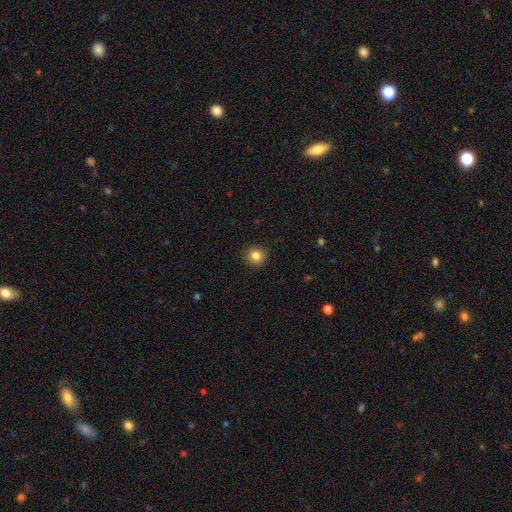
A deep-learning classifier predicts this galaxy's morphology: smooth-or-featured: smooth: 84% | star or artifact: 11% | featured or disk: 5%
  how-rounded: round: 93% | in between: 6% | cigar-shaped: 1%
  merging: none: 91% | minor disturbance: 6% | major disturbance: 2% | merger: 1%